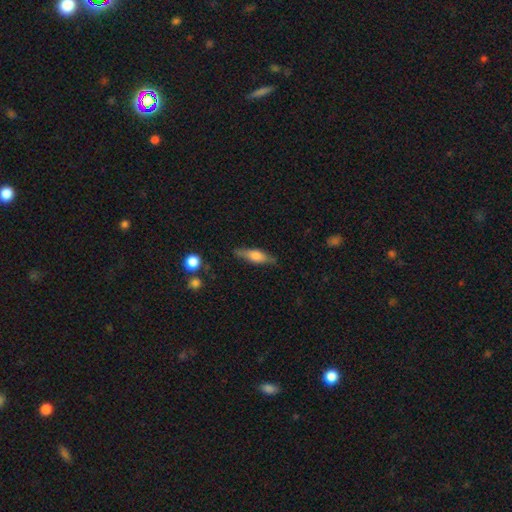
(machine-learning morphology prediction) Smooth or featured? smooth (52%)
How rounded? cigar-shaped (55%)
Merging? none (79%)